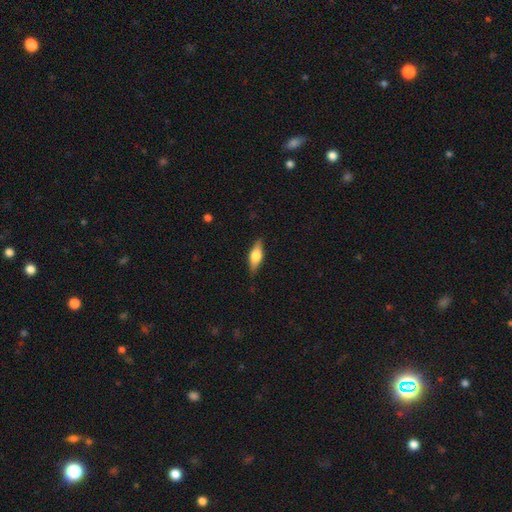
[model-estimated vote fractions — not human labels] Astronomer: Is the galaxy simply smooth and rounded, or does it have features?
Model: smooth — 57% (runner-up: featured or disk, 36%).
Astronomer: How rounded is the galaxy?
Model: in between — 66%.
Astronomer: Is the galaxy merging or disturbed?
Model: none — 84%.